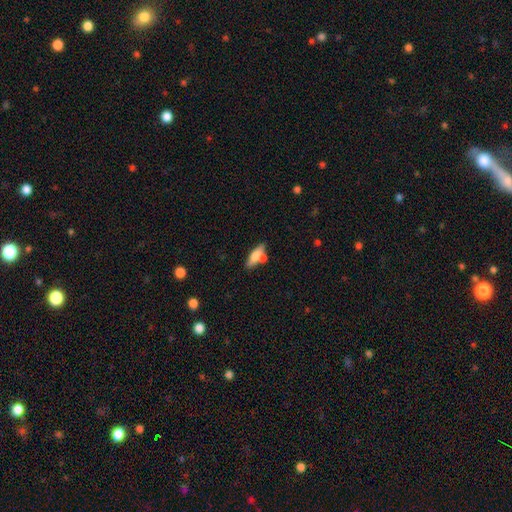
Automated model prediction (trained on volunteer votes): Overall: smooth (68%). How rounded: in between (49%; cigar-shaped 48%). Merging: none (56%; merger 25%).